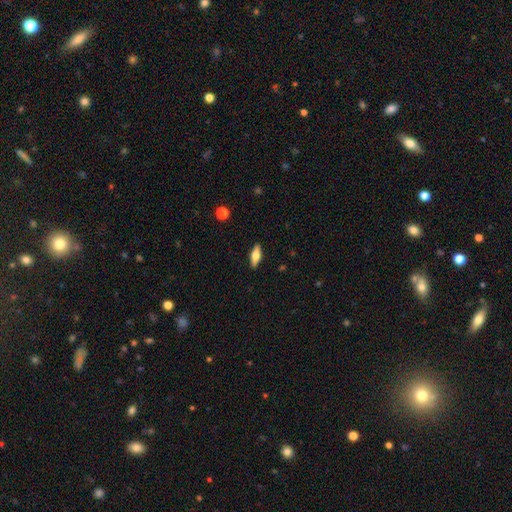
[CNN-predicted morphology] type=smooth (51%); roundness=in between (61%); merging=none (89%).